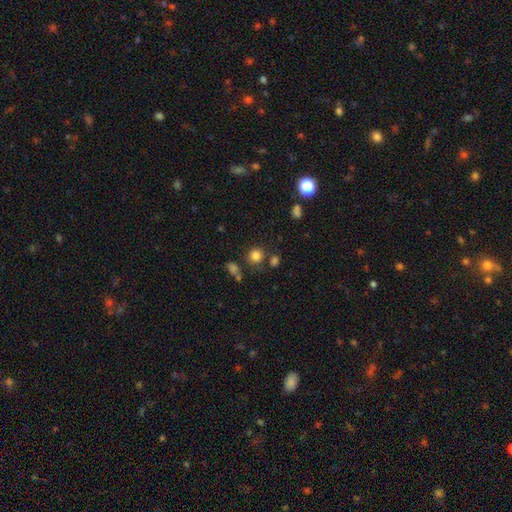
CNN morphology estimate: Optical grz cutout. It shows a smooth galaxy with no disk features (80%) that is round (89%). Merging: none (73%).